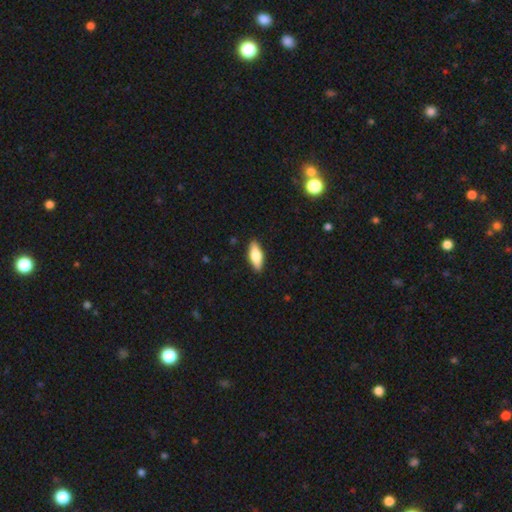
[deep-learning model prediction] Q: Smooth or featured?
A: smooth (71%); runner-up: featured or disk (23%)
Q: How rounded?
A: in between (72%); runner-up: cigar-shaped (26%)
Q: Merging?
A: none (89%); runner-up: minor disturbance (8%)